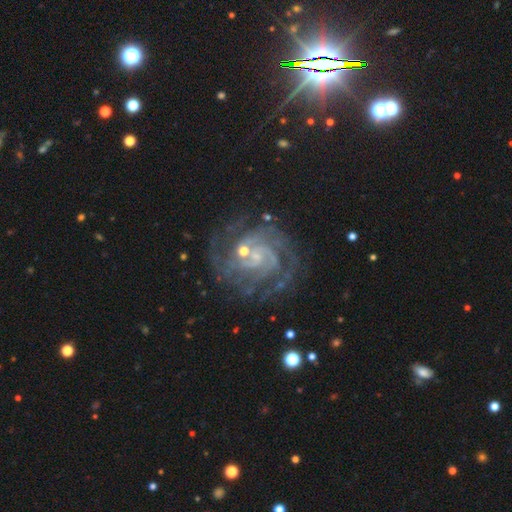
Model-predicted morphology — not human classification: A featured or disk galaxy (86%) with no bar (56%), 3 (24%, tied with 2) tight (63%) spiral arms (97%) and a small central bulge (68%). Merging: none (68%).